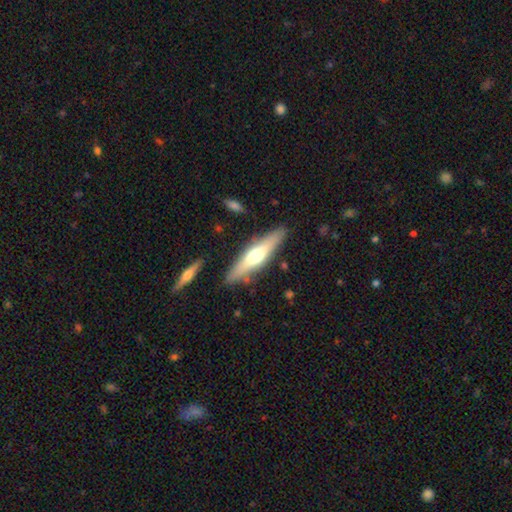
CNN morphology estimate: featured or disk 50%, smooth 45%, star or artifact 5%. Down the decision tree: merging — none (85%).